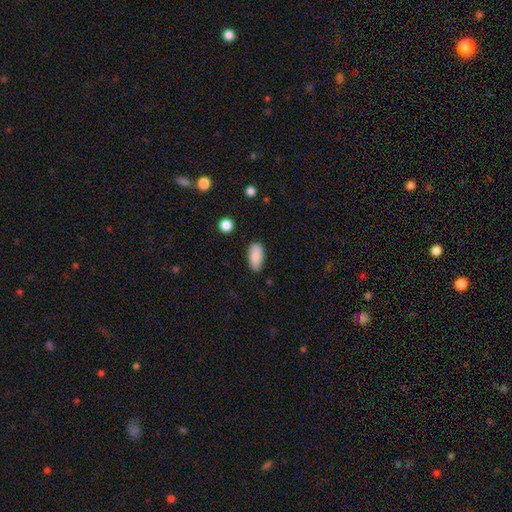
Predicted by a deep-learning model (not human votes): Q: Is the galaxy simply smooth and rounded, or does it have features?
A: smooth — 85%.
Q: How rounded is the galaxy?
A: in between — 91%.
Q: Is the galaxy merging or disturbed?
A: none — 79%.